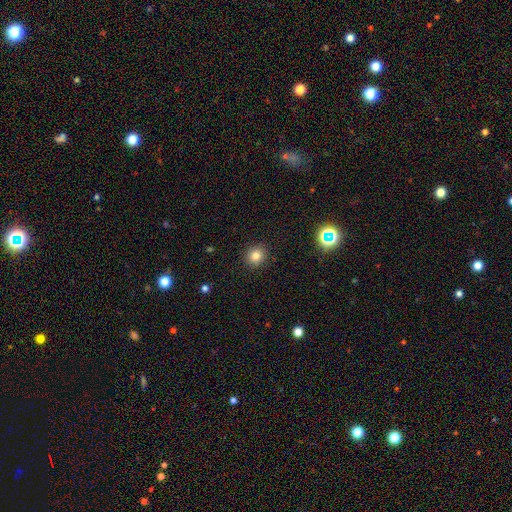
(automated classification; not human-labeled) smooth-or-featured: smooth: 81% | star or artifact: 13% | featured or disk: 6%
  how-rounded: round: 85% | in between: 14% | cigar-shaped: 1%
  merging: none: 91% | minor disturbance: 6% | major disturbance: 2% | merger: 1%